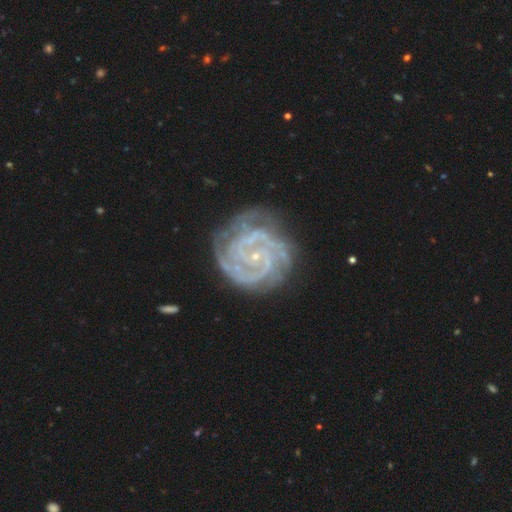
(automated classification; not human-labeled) This is clearly a featured or disk galaxy (90%). It is clearly not viewed edge-on (98%). Bar: possibly no (58%). Spiral arm pattern: clearly yes (98%). Spiral arm count: marginally 3 (28%). Spiral winding: likely tight (78%). Central bulge: clearly small (85%). Merging: likely none (75%).